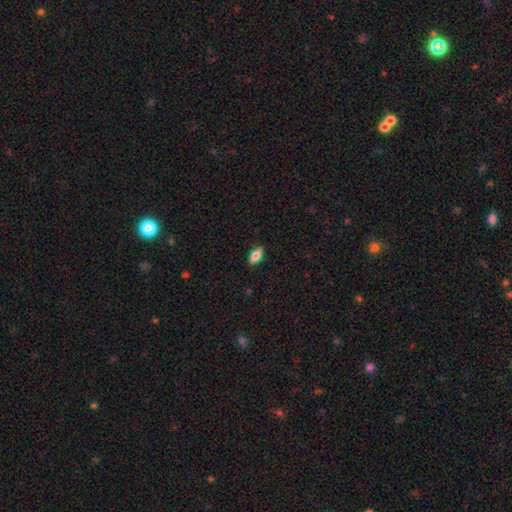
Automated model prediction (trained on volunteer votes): smooth_or_featured: smooth (p=0.77) [alt: featured or disk p=0.16]
how_rounded: in between (p=0.85) [alt: cigar-shaped p=0.11]
merging: none (p=0.87) [alt: minor disturbance p=0.10]